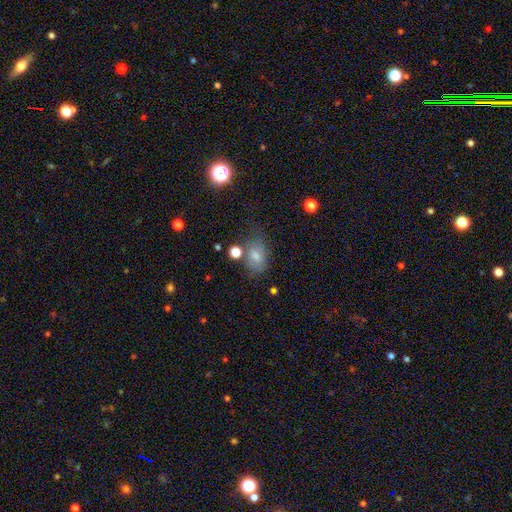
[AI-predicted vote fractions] smooth-or-featured: smooth: 73% | featured or disk: 15% | star or artifact: 11%
  how-rounded: in between: 81% | round: 17% | cigar-shaped: 2%
  merging: none: 51% | minor disturbance: 25% | major disturbance: 14% | merger: 10%